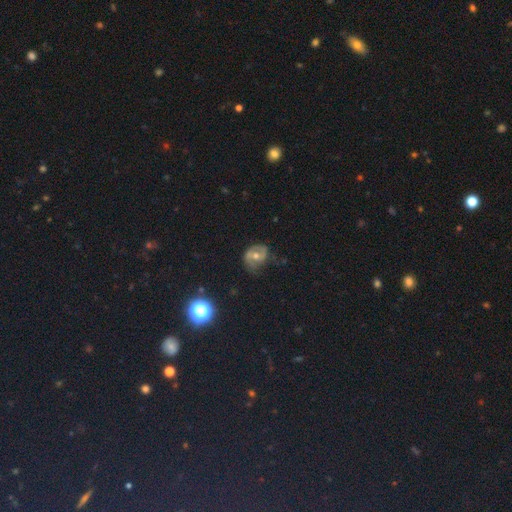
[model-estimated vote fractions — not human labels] This is possibly a featured or disk galaxy (56%). It is clearly not viewed edge-on (96%). Bar: possibly no (54%). Spiral arm pattern: likely yes (66%). Central bulge: likely moderate (71%). Merging: possibly none (52%).